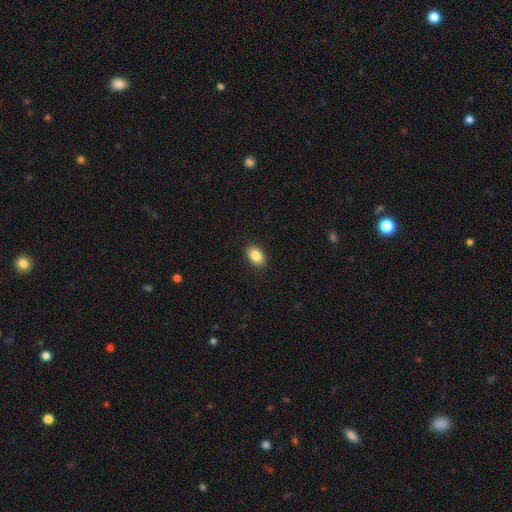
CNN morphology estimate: Overall: smooth (87%). How rounded: in between (86%). Merging: none (90%).